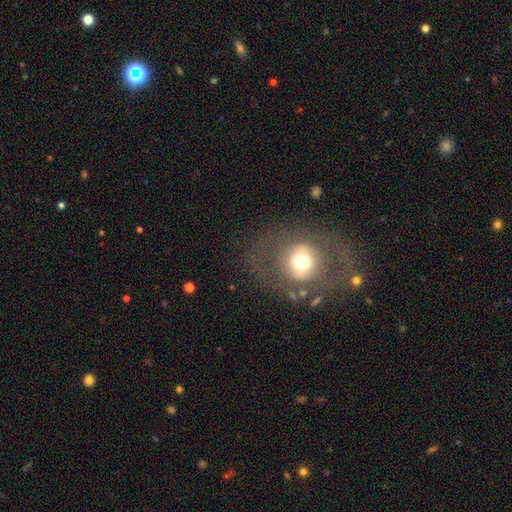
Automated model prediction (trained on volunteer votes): featured or disk 50%, smooth 37%, star or artifact 13%. Down the decision tree: merging — none (76%).